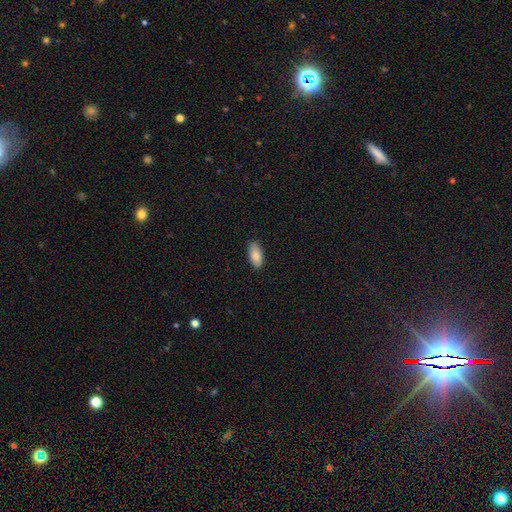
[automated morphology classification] Overall: smooth (87%). How rounded: in between (89%). Merging: none (86%).